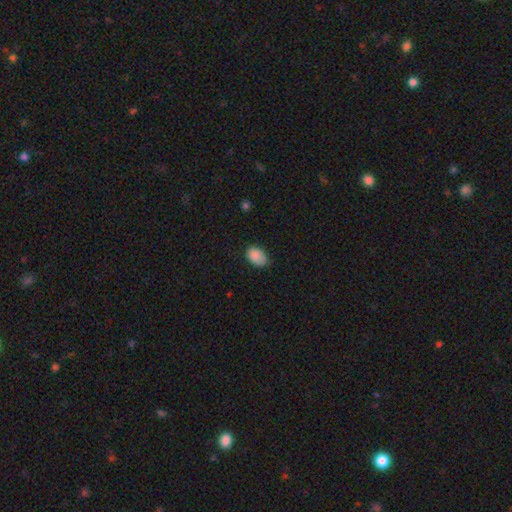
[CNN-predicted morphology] Smooth or featured? Predicted: smooth (p=0.87). How rounded? Predicted: in between (p=0.86). Merging? Predicted: none (p=0.65).